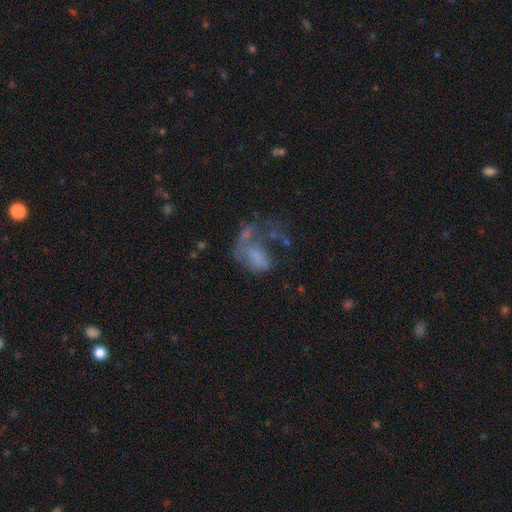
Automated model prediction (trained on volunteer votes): This appears to be a featured or disk galaxy (44%). Merging: major disturbance (47%).